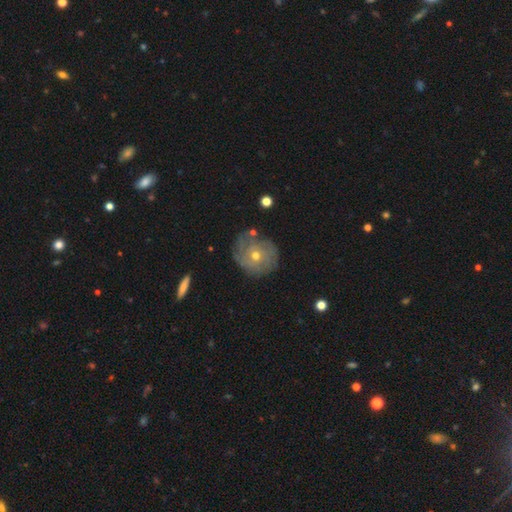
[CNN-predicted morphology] A featured or disk galaxy (63%) with no bar (85%), spiral arms (73%) and a moderate central bulge (49%).

Vote fractions:
- Smooth or featured? featured or disk: 63% / smooth: 28% / star or artifact: 10%
- Edge-on disk? no: 96% / yes: 4%
- Bar? no: 85% / weak: 13% / strong: 2%
- Spiral arms? yes: 73% / no: 27%
- Bulge size? moderate: 49% / small: 48% / large: 1% / none: 1% / dominant: 1%
- Merging? none: 72% / minor disturbance: 18% / major disturbance: 7% / merger: 3%